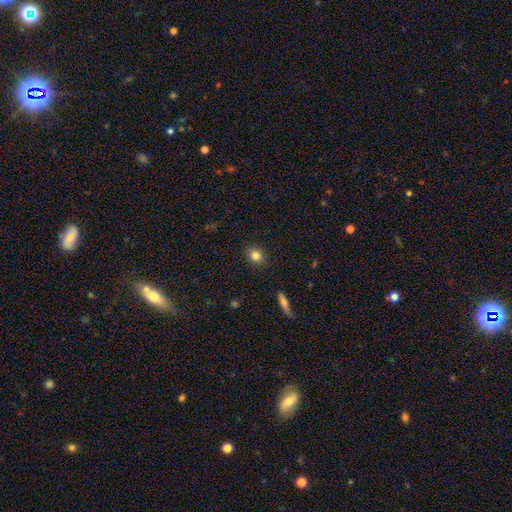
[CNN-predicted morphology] smooth_or_featured: smooth (p=0.82) [alt: star or artifact p=0.10]
how_rounded: round (p=0.65) [alt: in between p=0.33]
merging: none (p=0.88) [alt: minor disturbance p=0.09]